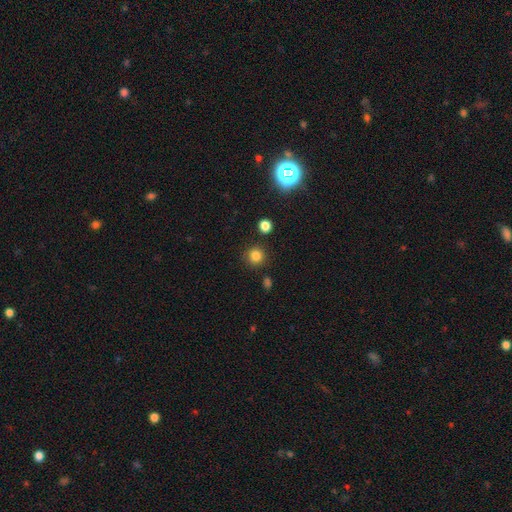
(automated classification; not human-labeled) Smooth or featured?
  - smooth: 82% *
  - star or artifact: 13%
  - featured or disk: 5%
How rounded?
  - round: 93% *
  - in between: 6%
  - cigar-shaped: 1%
Merging?
  - none: 87% *
  - minor disturbance: 7%
  - merger: 3%
  - major disturbance: 3%